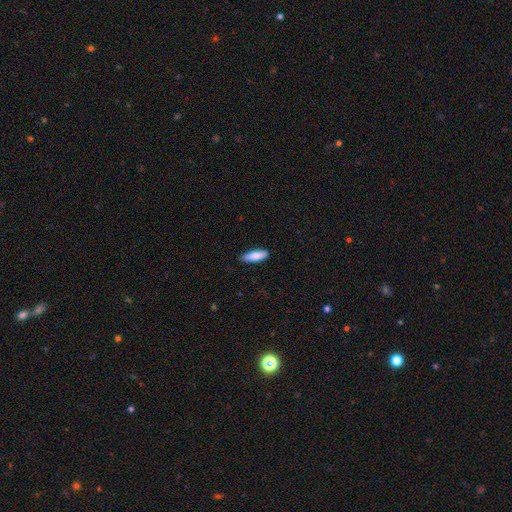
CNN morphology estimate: The model was most divided on "how rounded": cigar-shaped: 57%, in between: 42%, round: 2%. More confident: merging — none (86%); smooth or featured — smooth (82%).